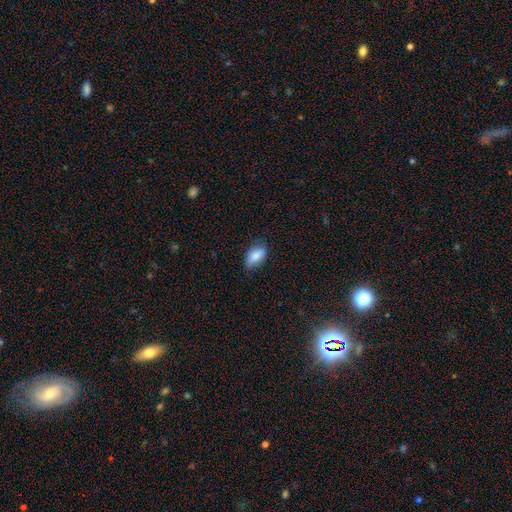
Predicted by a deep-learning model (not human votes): The model was most divided on "merging": none: 73%, minor disturbance: 22%, major disturbance: 4%, merger: 1%. More confident: how rounded — in between (91%); smooth or featured — smooth (82%).